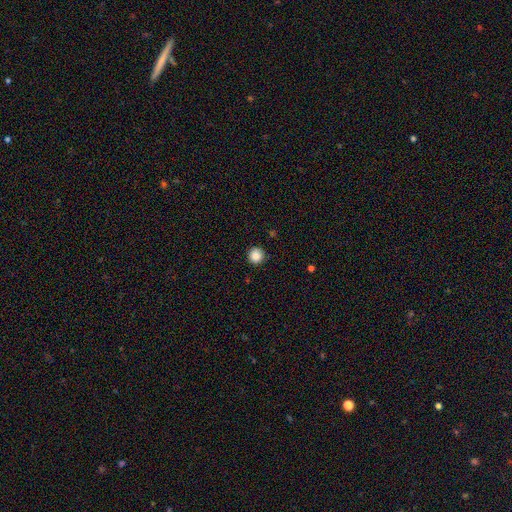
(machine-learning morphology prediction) smooth 87%, star or artifact 10%, featured or disk 3%. Down the decision tree: how rounded — round (96%); merging — none (90%).